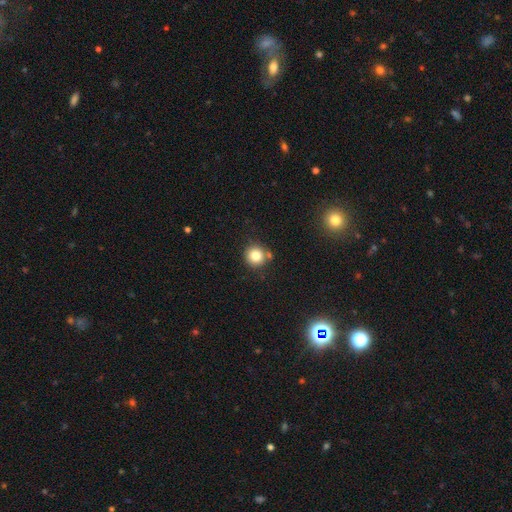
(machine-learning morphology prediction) This is clearly a smooth galaxy (81%). How rounded: clearly round (94%). Merging: likely none (77%).